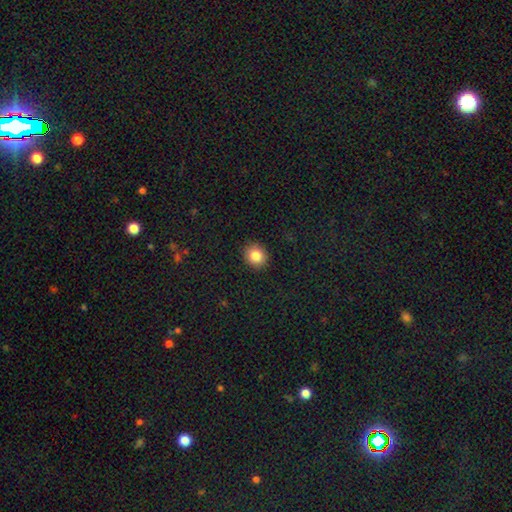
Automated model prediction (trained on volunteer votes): Overall: smooth (84%). How rounded: round (80%). Merging: none (91%).